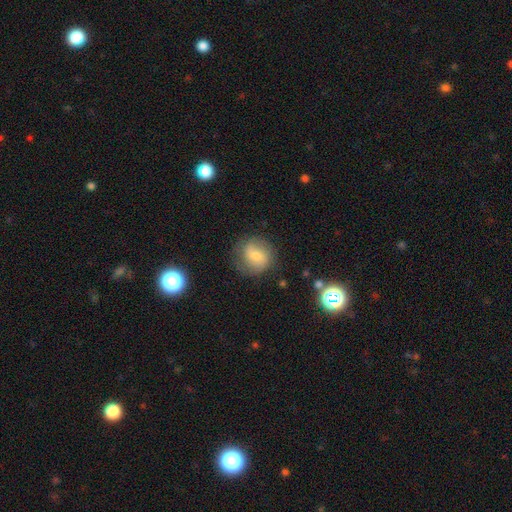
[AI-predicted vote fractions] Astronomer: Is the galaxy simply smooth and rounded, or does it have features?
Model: smooth — 55% (runner-up: featured or disk, 35%).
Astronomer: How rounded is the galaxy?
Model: round — 84%.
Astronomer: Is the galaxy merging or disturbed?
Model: none — 71%.